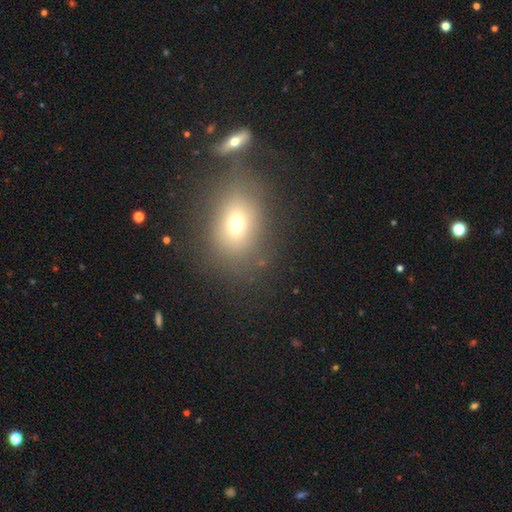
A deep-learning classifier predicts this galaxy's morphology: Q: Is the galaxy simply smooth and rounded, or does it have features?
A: smooth — 60%.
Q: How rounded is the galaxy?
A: in between — 62%.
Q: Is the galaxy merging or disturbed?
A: none — 77%.